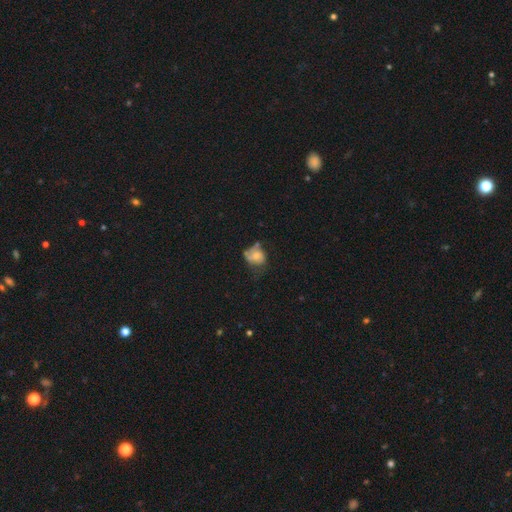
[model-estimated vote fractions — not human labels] Smooth or featured: smooth — 61% (featured or disk — 28%)
How rounded: in between — 50% (round — 49%)
Merging: minor disturbance — 32% (none — 31%)